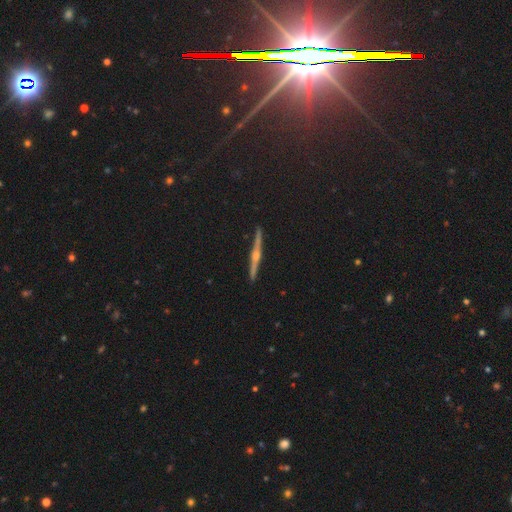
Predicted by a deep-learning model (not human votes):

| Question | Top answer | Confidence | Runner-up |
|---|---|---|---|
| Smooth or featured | featured or disk | 79% | smooth (13%) |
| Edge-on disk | yes | 98% | no (2%) |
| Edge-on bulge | rounded | 84% | boxy (9%) |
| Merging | none | 92% | minor disturbance (5%) |